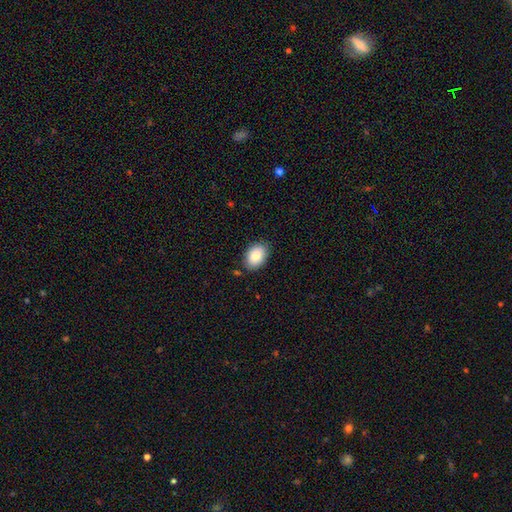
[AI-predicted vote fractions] Smooth or featured?
  - smooth: 86% *
  - featured or disk: 7%
  - star or artifact: 7%
How rounded?
  - in between: 86% *
  - round: 13%
  - cigar-shaped: 1%
Merging?
  - none: 83% *
  - minor disturbance: 13%
  - major disturbance: 2%
  - merger: 2%